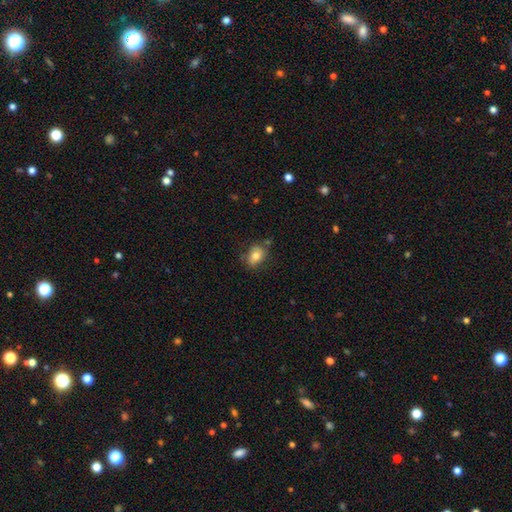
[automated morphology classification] This is likely a smooth galaxy (77%). How rounded: likely in between (68%). Merging: likely none (68%).